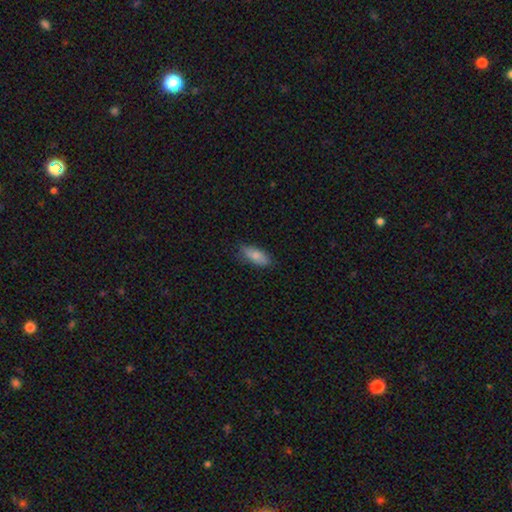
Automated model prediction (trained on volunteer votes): This appears to be a smooth galaxy with no disk features (81%) that is in between round and cigar-shaped (82%). Merging: none (75%).